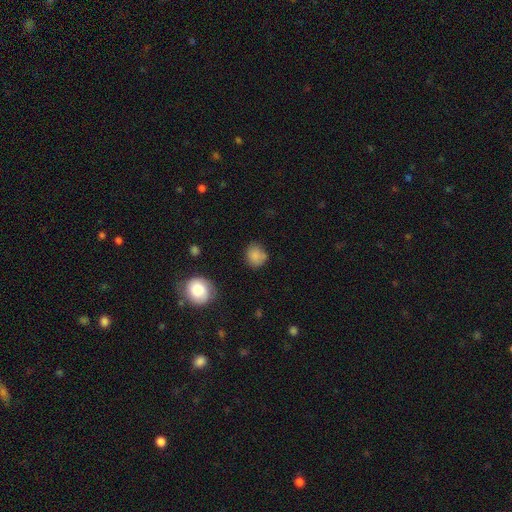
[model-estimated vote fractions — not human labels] Smooth or featured? Predicted: smooth (p=0.83). How rounded? Predicted: round (p=0.76). Merging? Predicted: none (p=0.70).